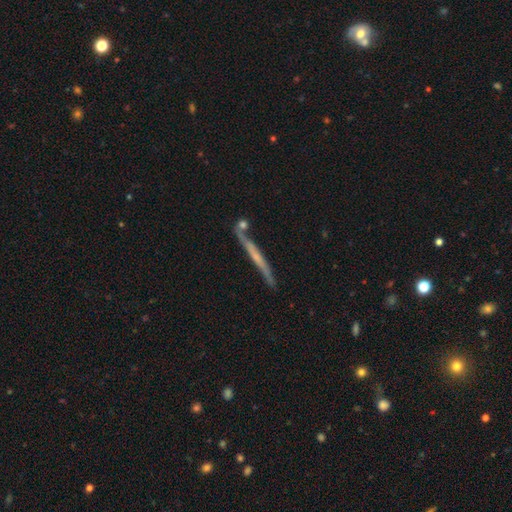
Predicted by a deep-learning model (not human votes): smooth_or_featured: featured or disk (p=0.63) [alt: smooth p=0.30]
disk_edge_on: yes (p=0.94) [alt: no p=0.06]
edge_on_bulge: none (p=0.68) [alt: rounded p=0.23]
merging: none (p=0.72) [alt: minor disturbance p=0.14]